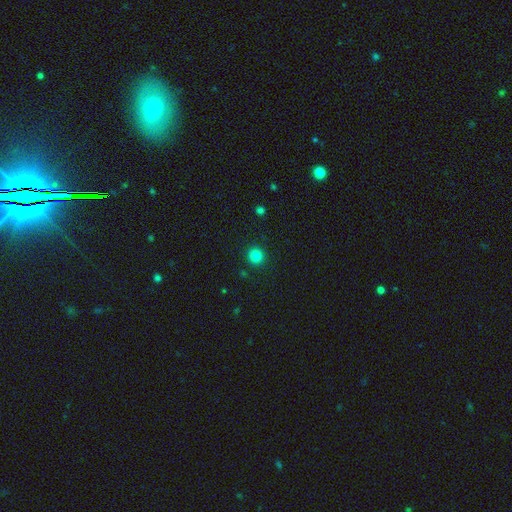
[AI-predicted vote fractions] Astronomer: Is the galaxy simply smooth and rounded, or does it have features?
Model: smooth — 82%.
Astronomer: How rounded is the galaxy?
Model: round — 94%.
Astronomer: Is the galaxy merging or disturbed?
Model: none — 92%.